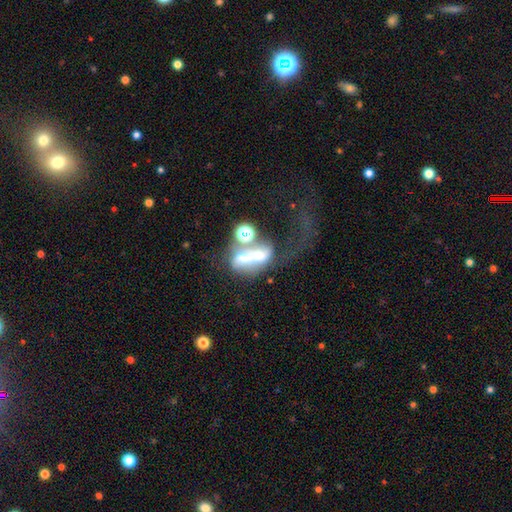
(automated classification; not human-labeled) Smooth or featured? Predicted: featured or disk (p=0.44). Merging? Predicted: merger (p=0.49).